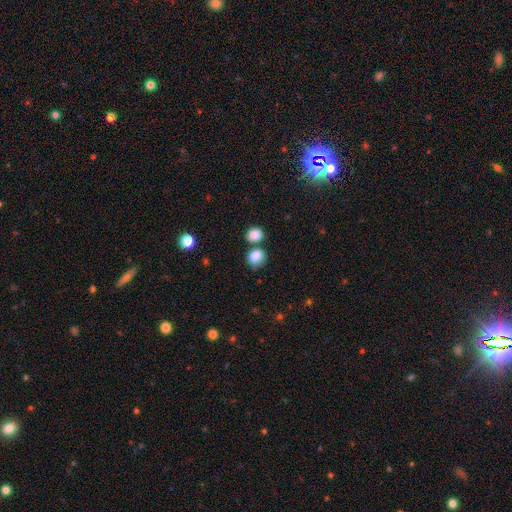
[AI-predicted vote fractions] A smooth galaxy with no disk features (85%) that is round (68%). Merging: none (53%).